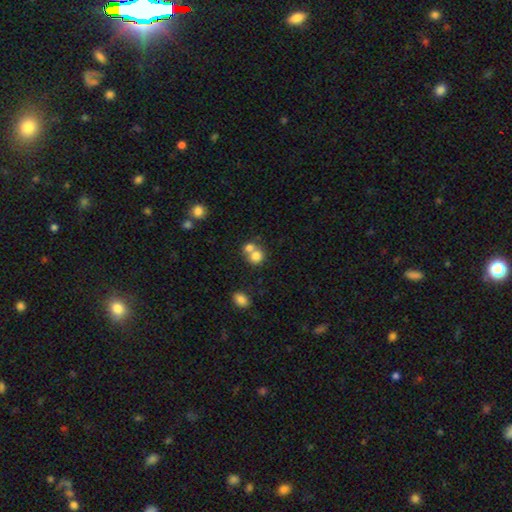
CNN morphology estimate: Smooth or featured? smooth (77%)
How rounded? round (78%)
Merging? merger (55%)